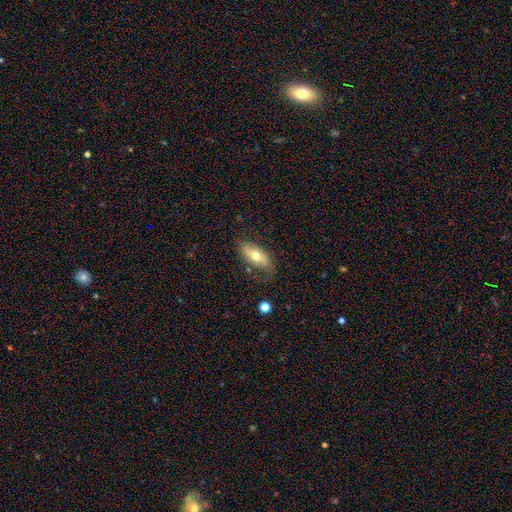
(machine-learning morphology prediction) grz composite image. It shows a smooth galaxy with no disk features (52%) that is in between round and cigar-shaped (85%). Merging: none (65%).